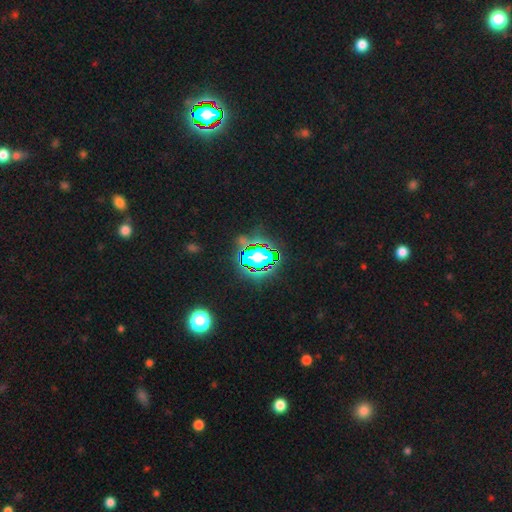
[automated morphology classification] This appears to be a star or artifact, not a galaxy (79%).